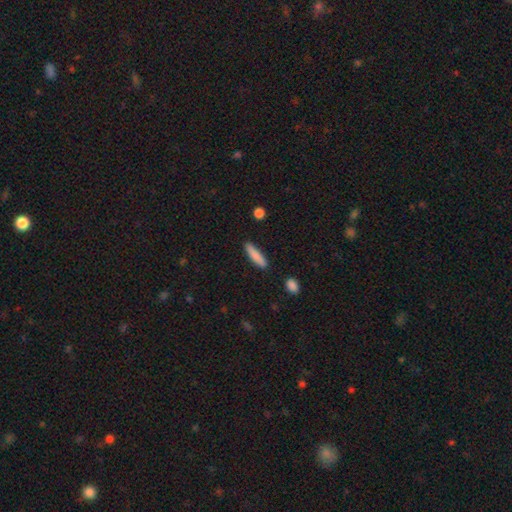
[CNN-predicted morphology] Smooth or featured?
  - smooth: 84% *
  - featured or disk: 10%
  - star or artifact: 6%
How rounded?
  - cigar-shaped: 79% *
  - in between: 19%
  - round: 2%
Merging?
  - none: 88% *
  - minor disturbance: 8%
  - major disturbance: 2%
  - merger: 2%